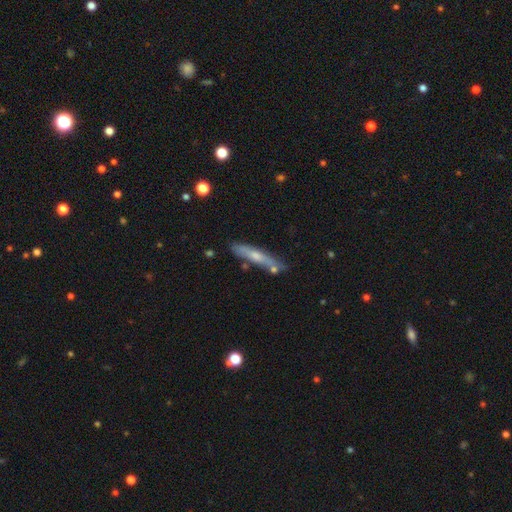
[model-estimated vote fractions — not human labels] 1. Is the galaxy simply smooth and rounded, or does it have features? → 48% smooth, 46% featured or disk, 7% star or artifact.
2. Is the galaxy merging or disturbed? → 72% none, 17% minor disturbance, 8% merger, 4% major disturbance.